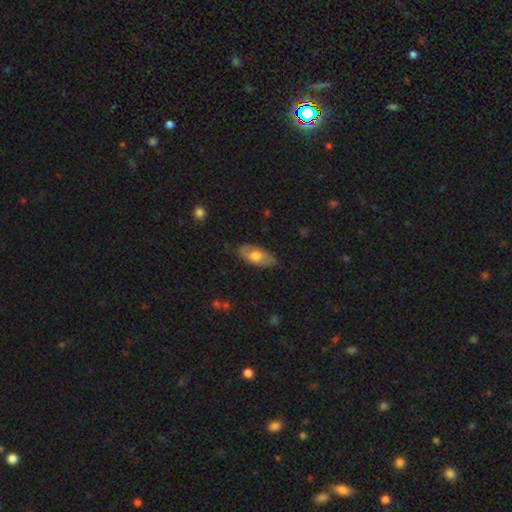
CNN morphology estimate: smooth 65%, featured or disk 29%, star or artifact 6%. Down the decision tree: how rounded — in between (88%); merging — none (76%).